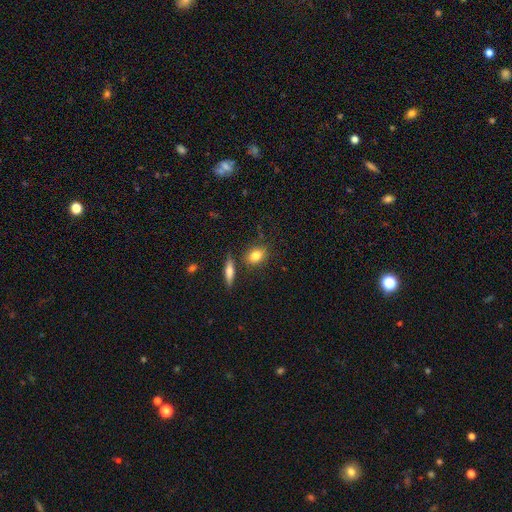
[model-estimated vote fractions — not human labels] Q: Smooth or featured?
A: smooth (80%); runner-up: featured or disk (11%)
Q: How rounded?
A: in between (62%); runner-up: round (33%)
Q: Merging?
A: none (76%); runner-up: minor disturbance (12%)